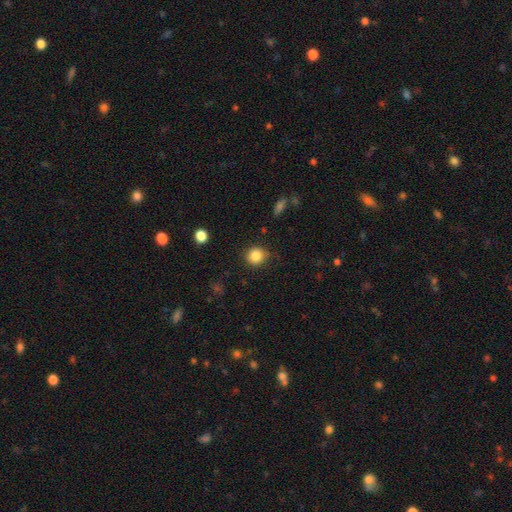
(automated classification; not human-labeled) This is clearly a smooth galaxy (85%). How rounded: clearly round (87%). Merging: clearly none (83%).